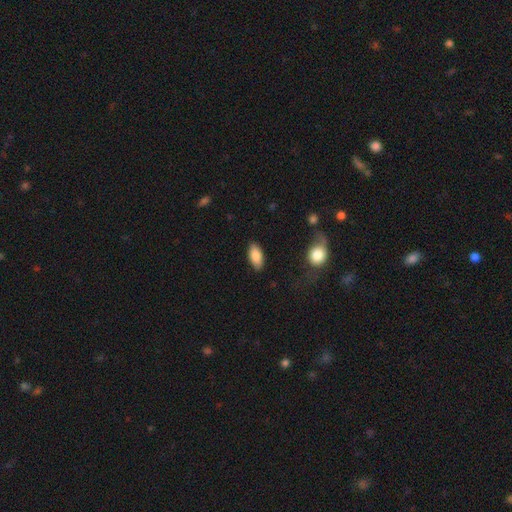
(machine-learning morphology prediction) Smooth or featured: smooth — 84% (featured or disk — 10%)
How rounded: in between — 89% (cigar-shaped — 9%)
Merging: none — 86% (minor disturbance — 10%)